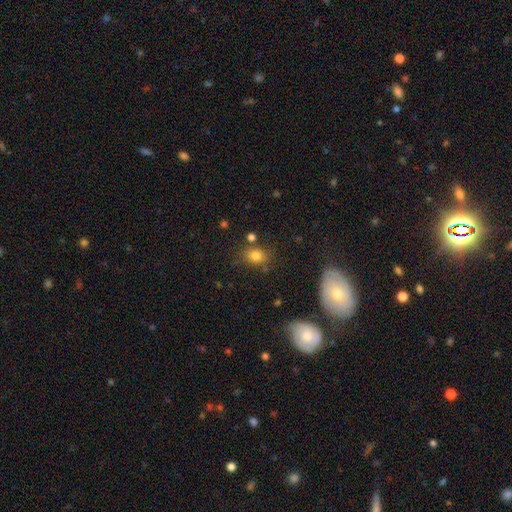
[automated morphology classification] Overall: smooth (79%). How rounded: in between (55%; round 43%). Merging: none (73%).